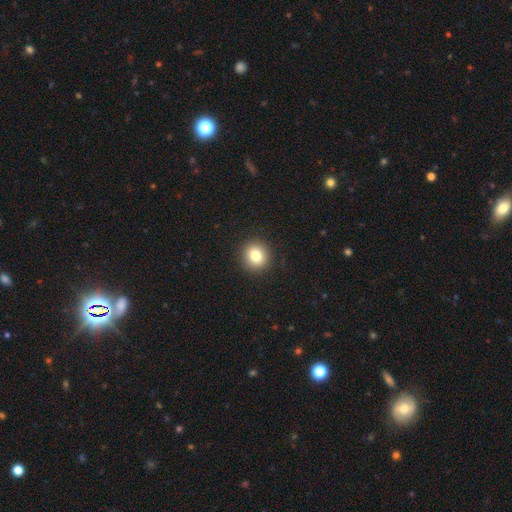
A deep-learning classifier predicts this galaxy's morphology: type=smooth (81%); roundness=round (88%); merging=none (92%).